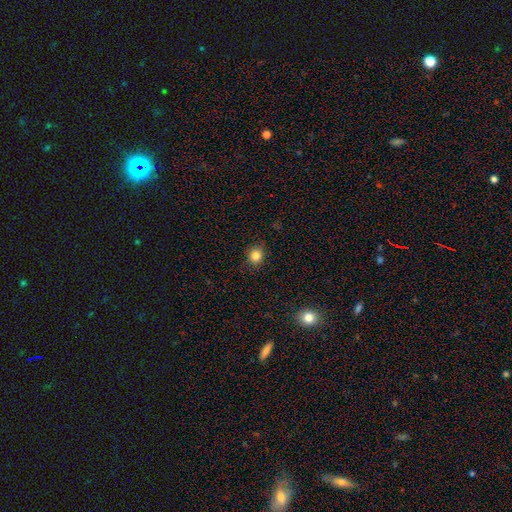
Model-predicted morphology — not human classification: Smooth or featured: smooth — 84% (star or artifact — 11%)
How rounded: round — 83% (in between — 16%)
Merging: none — 88% (minor disturbance — 9%)